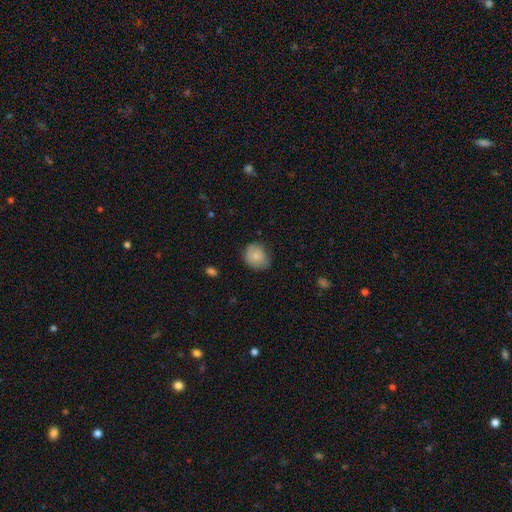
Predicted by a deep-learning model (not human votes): Morphology: type=smooth (83%); roundness=round (57%); merging=none (68%).